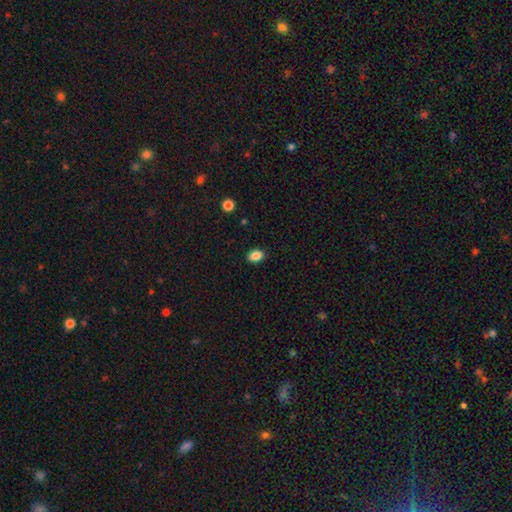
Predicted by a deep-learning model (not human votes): A smooth galaxy with no disk features (87%) that is in between round and cigar-shaped (77%).

Vote fractions:
- Smooth or featured? smooth: 87% / star or artifact: 10% / featured or disk: 3%
- How rounded? in between: 77% / round: 22% / cigar-shaped: 1%
- Merging? none: 89% / minor disturbance: 8% / major disturbance: 2% / merger: 1%